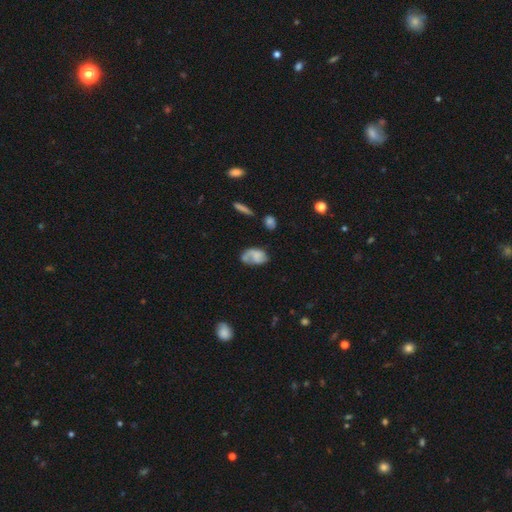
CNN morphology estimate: This appears to be a smooth galaxy with no disk features (49%). Merging: none (40%).